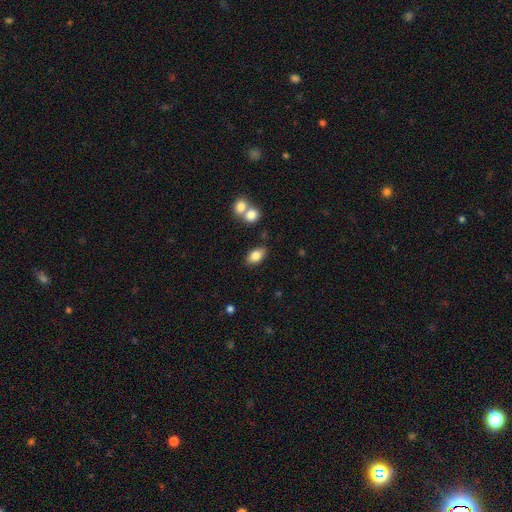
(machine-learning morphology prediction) Overall: smooth (81%). How rounded: in between (89%). Merging: none (80%).